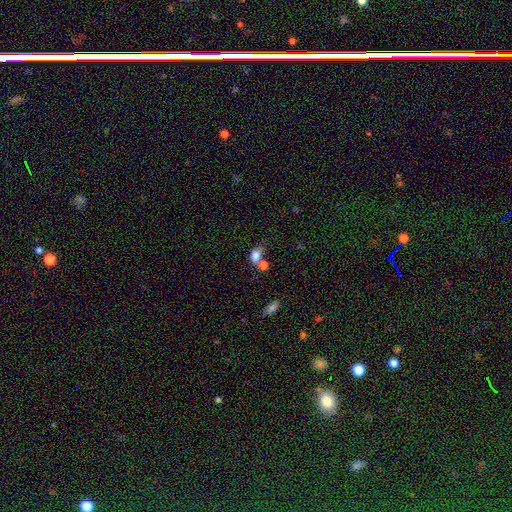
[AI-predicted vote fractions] Smooth or featured? Predicted: smooth (p=0.79). How rounded? Predicted: in between (p=0.75). Merging? Predicted: merger (p=0.39).